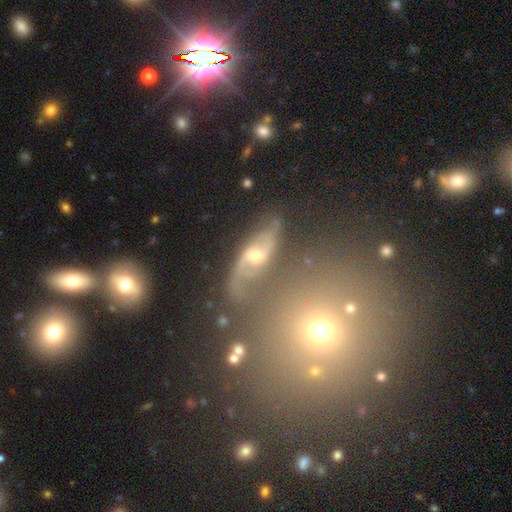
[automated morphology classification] Smooth or featured?
  - featured or disk: 77% *
  - smooth: 13%
  - star or artifact: 9%
Edge-on disk?
  - no: 93% *
  - yes: 7%
Bar?
  - no: 45% *
  - weak: 42%
  - strong: 13%
Spiral arms?
  - yes: 90% *
  - no: 10%
Spiral winding?
  - loose: 64% *
  - medium: 26%
  - tight: 10%
Spiral arm count?
  - 2: 89% *
  - can't tell: 4%
  - 1: 3%
  - 3: 2%
  - 4: 1%
  - more than 4: 1%
Bulge size?
  - moderate: 60% *
  - small: 30%
  - large: 6%
  - none: 2%
  - dominant: 2%
Merging?
  - none: 54% *
  - minor disturbance: 18%
  - major disturbance: 15%
  - merger: 13%